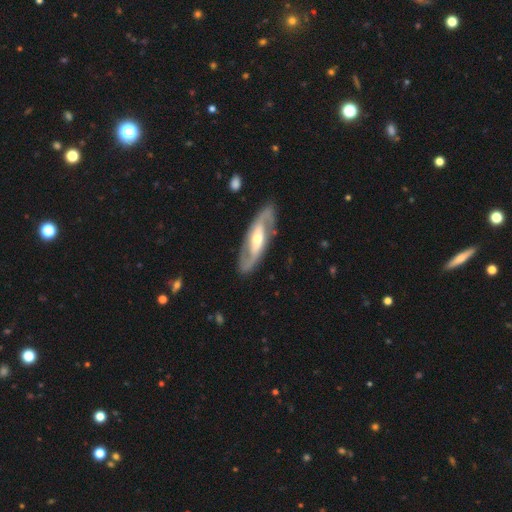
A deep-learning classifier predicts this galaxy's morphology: Smooth or featured?
  - featured or disk: 82% *
  - smooth: 11%
  - star or artifact: 6%
Edge-on disk?
  - no: 85% *
  - yes: 15%
Bar?
  - no: 46% *
  - weak: 34%
  - strong: 20%
Spiral arms?
  - yes: 92% *
  - no: 8%
Spiral winding?
  - medium: 46% *
  - tight: 30%
  - loose: 24%
Spiral arm count?
  - 2: 88% *
  - can't tell: 7%
  - 1: 2%
  - 3: 1%
  - 4: 1%
  - more than 4: 1%
Bulge size?
  - moderate: 61% *
  - small: 28%
  - large: 8%
  - none: 1%
  - dominant: 1%
Merging?
  - none: 85% *
  - minor disturbance: 11%
  - major disturbance: 3%
  - merger: 1%